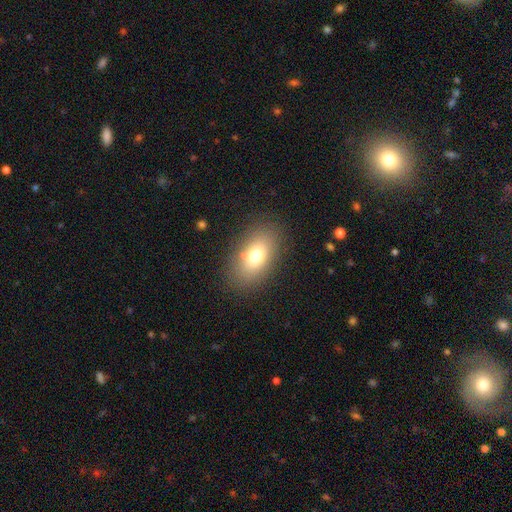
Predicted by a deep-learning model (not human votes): The model was most divided on "smooth or featured": smooth: 72%, featured or disk: 16%, star or artifact: 12%. More confident: how rounded — in between (86%); merging — none (83%).